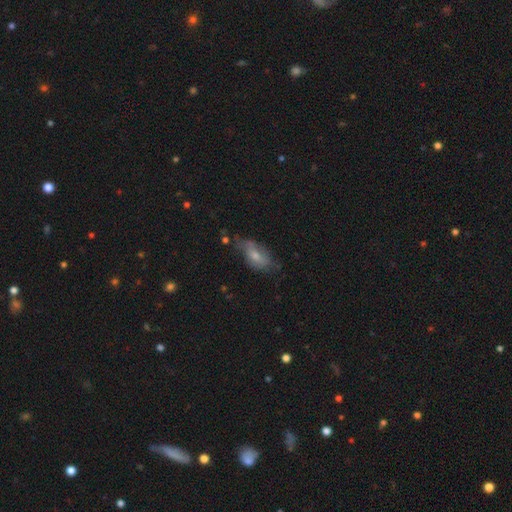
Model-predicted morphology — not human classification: Overall: smooth (55%; featured or disk 36%). How rounded: in between (85%). Merging: none (41%; minor disturbance 34%).